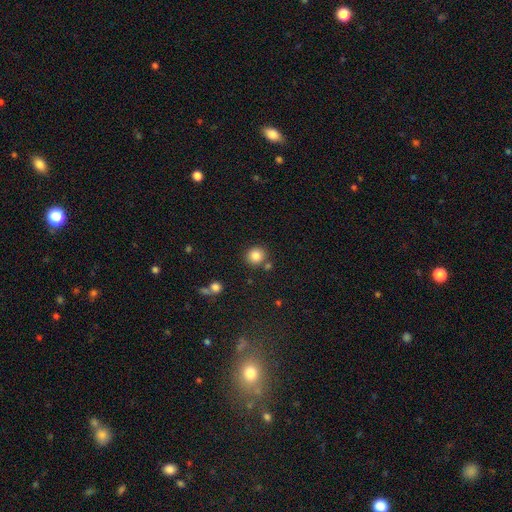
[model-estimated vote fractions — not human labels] Smooth or featured? smooth (85%)
How rounded? round (90%)
Merging? none (80%)